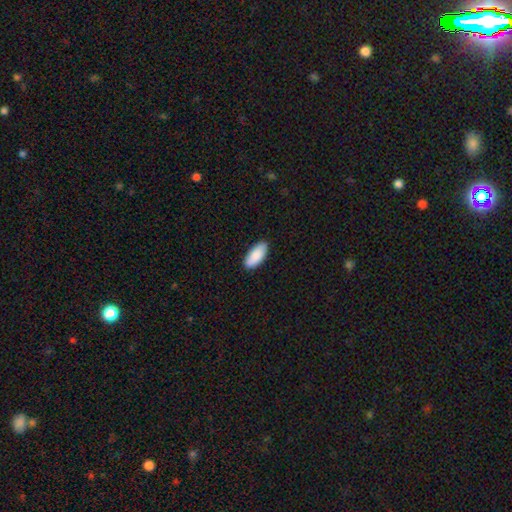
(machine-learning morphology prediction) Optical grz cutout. It shows a smooth galaxy with no disk features (88%) that is in between round and cigar-shaped (89%). Merging: none (88%).